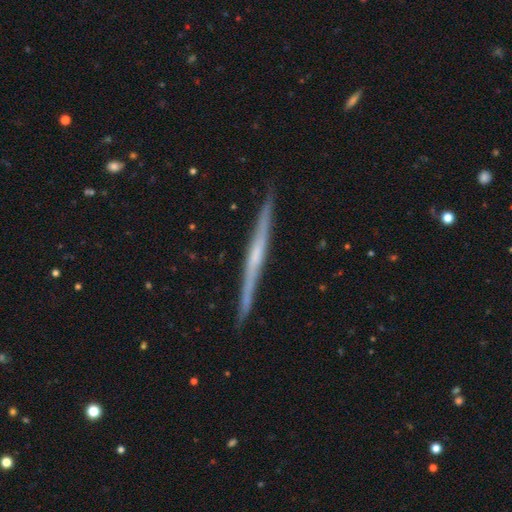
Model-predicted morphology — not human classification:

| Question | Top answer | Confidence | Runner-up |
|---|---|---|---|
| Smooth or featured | featured or disk | 73% | smooth (21%) |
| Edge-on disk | yes | 98% | no (2%) |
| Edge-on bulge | none | 64% | rounded (27%) |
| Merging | none | 90% | minor disturbance (7%) |